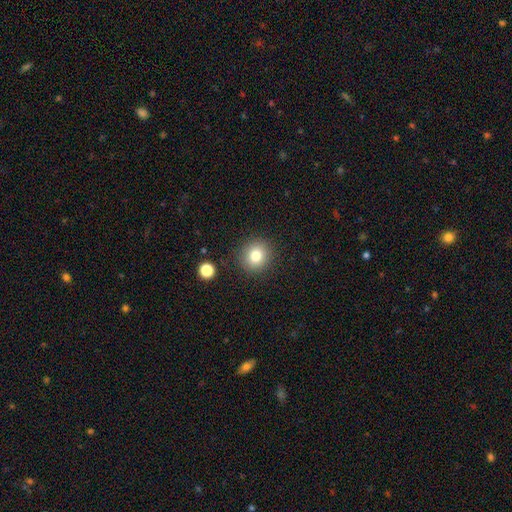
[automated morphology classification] This appears to be a smooth galaxy with no disk features (80%) that is round (88%). Merging: none (88%).